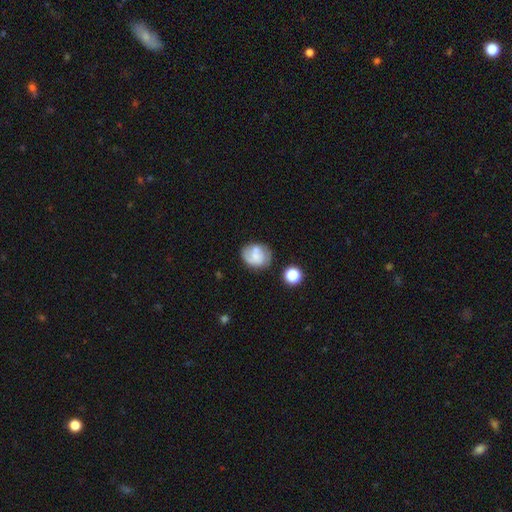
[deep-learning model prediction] Q: Smooth or featured?
A: smooth (49%); runner-up: featured or disk (41%)
Q: Merging?
A: none (57%); runner-up: minor disturbance (23%)